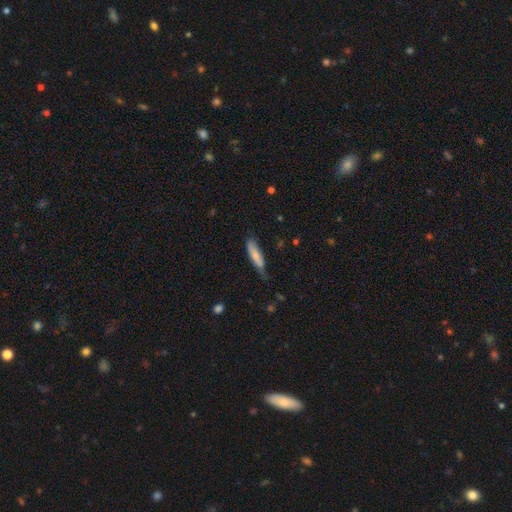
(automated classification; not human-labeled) Overall: smooth (73%). How rounded: cigar-shaped (70%). Merging: none (55%; minor disturbance 35%).